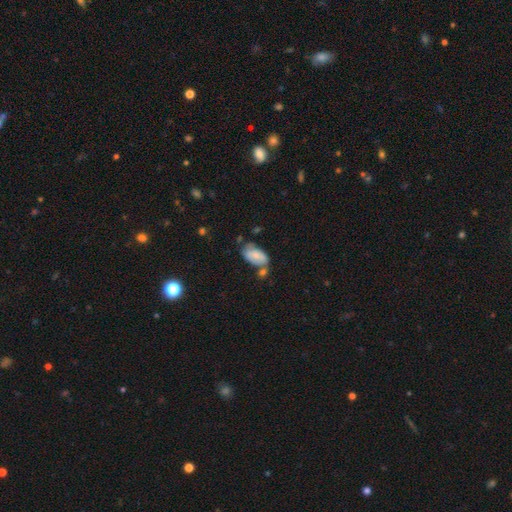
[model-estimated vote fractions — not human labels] This appears to be a smooth galaxy with no disk features (72%) that is in between round and cigar-shaped (94%). Merging: none (44%).